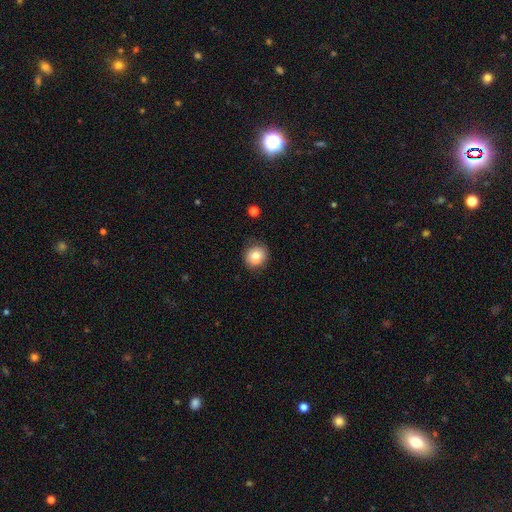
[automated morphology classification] A smooth galaxy with no disk features (80%) that is round (85%). Merging: none (82%).